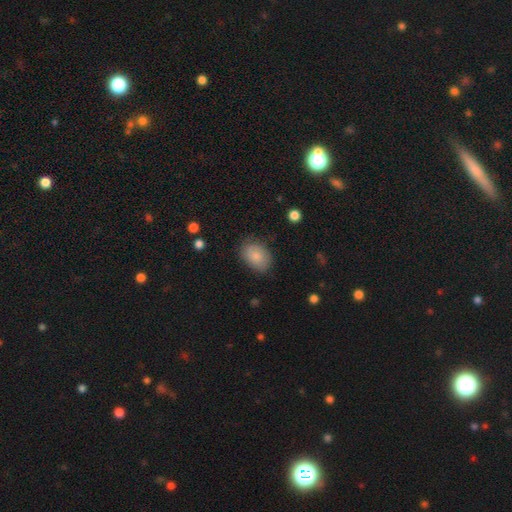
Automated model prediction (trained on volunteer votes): Q: Smooth or featured?
A: smooth (84%); runner-up: featured or disk (9%)
Q: How rounded?
A: in between (81%); runner-up: round (18%)
Q: Merging?
A: none (78%); runner-up: minor disturbance (16%)